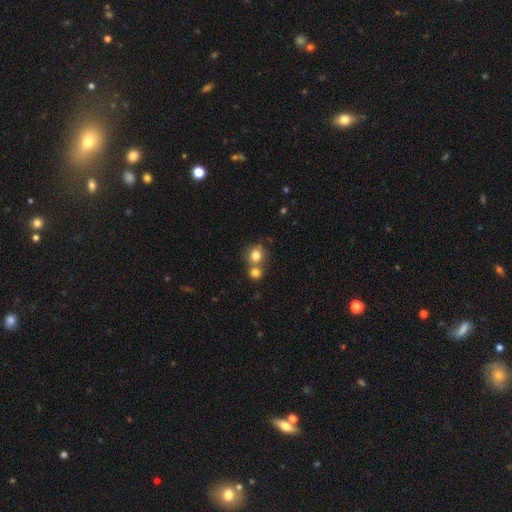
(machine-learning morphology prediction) A smooth galaxy with no disk features (79%) that is round (80%).

Vote fractions:
- Smooth or featured? smooth: 79% / star or artifact: 11% / featured or disk: 10%
- How rounded? round: 80% / in between: 19% / cigar-shaped: 1%
- Merging? none: 47% / merger: 41% / minor disturbance: 9% / major disturbance: 4%